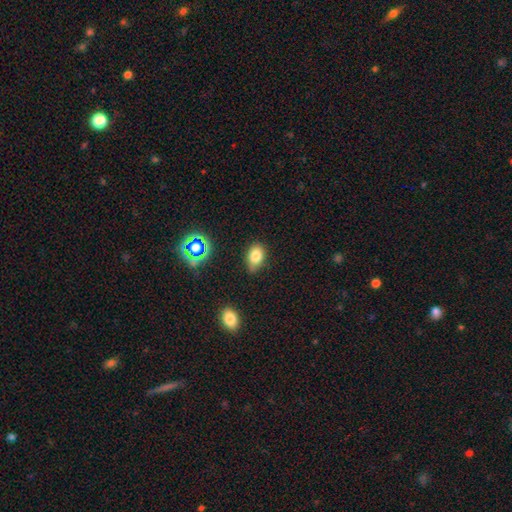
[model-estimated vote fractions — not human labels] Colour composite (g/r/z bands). It shows a smooth galaxy with no disk features (79%) that is in between round and cigar-shaped (80%). Merging: none (66%).